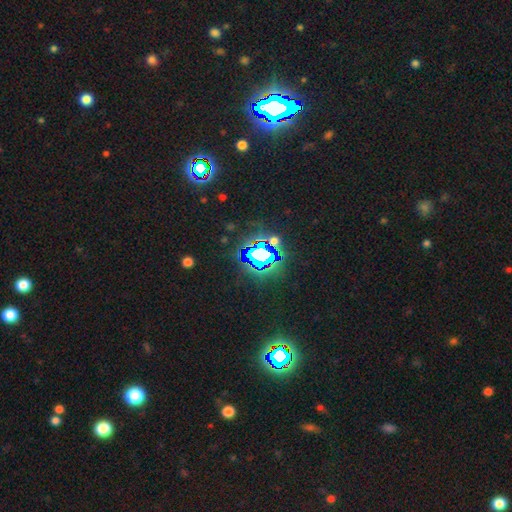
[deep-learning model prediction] Morphology: type=star or artifact (74%).